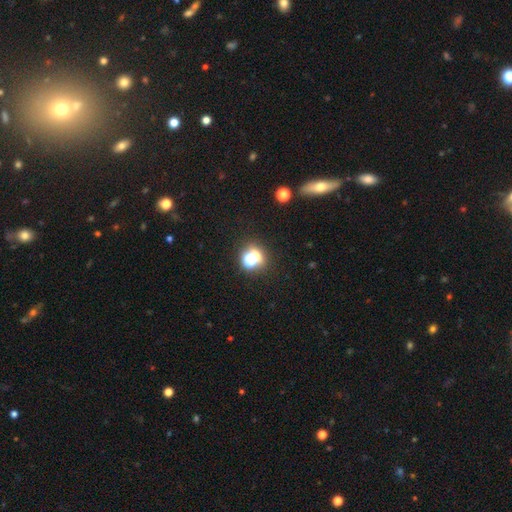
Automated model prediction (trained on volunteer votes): Smooth or featured: star or artifact — 46% (smooth — 43%)